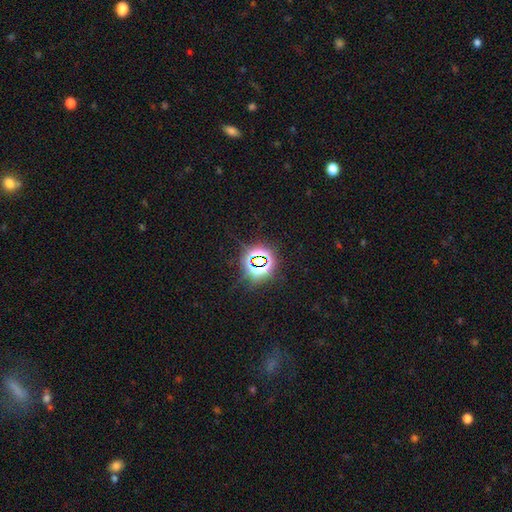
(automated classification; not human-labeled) smooth-or-featured: star or artifact: 81% | smooth: 12% | featured or disk: 8%